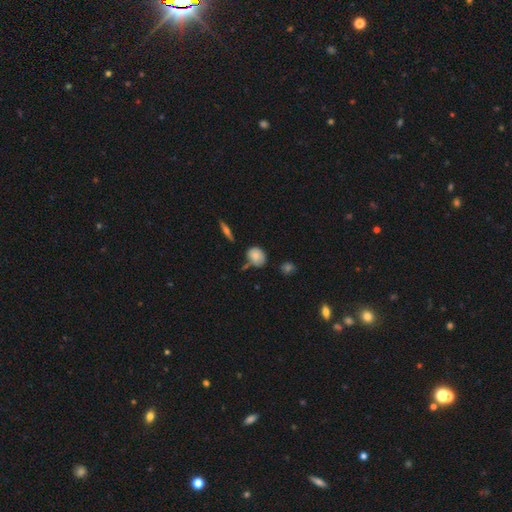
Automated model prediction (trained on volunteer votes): Overall: smooth (78%). How rounded: in between (65%; round 33%). Merging: none (54%; minor disturbance 31%).